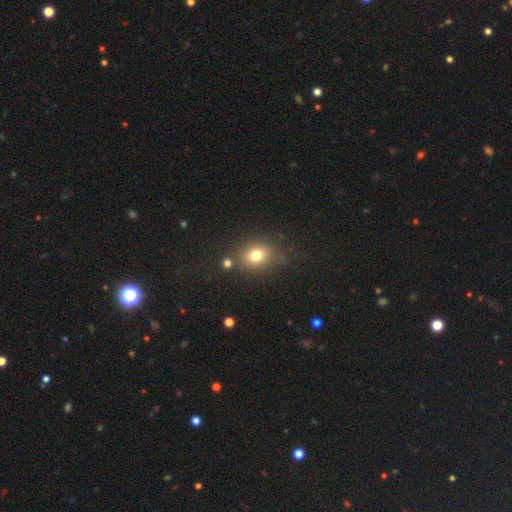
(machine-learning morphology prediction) Smooth or featured: smooth — 77% (star or artifact — 14%)
How rounded: round — 62% (in between — 37%)
Merging: none — 73% (minor disturbance — 14%)